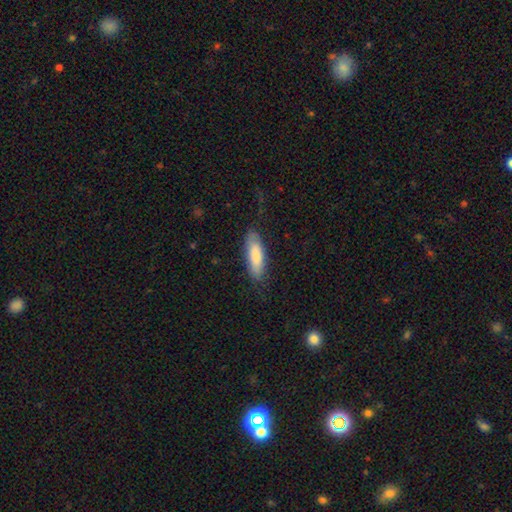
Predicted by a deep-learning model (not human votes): This is clearly a smooth galaxy (81%). How rounded: possibly in between (51%). Merging: likely none (80%).